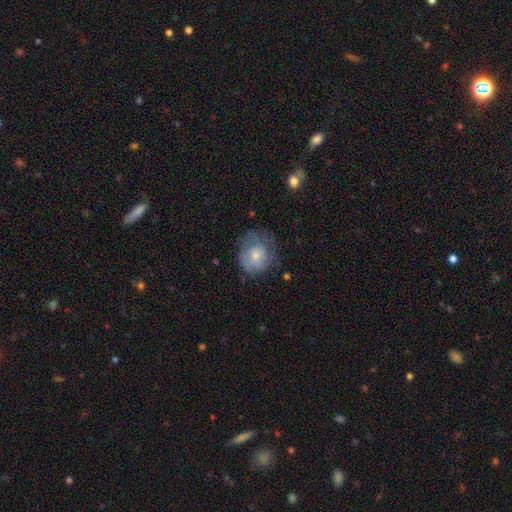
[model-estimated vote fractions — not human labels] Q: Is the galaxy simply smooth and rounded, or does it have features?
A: smooth — 58%.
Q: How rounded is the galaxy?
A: round — 71%.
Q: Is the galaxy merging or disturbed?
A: none — 53%.